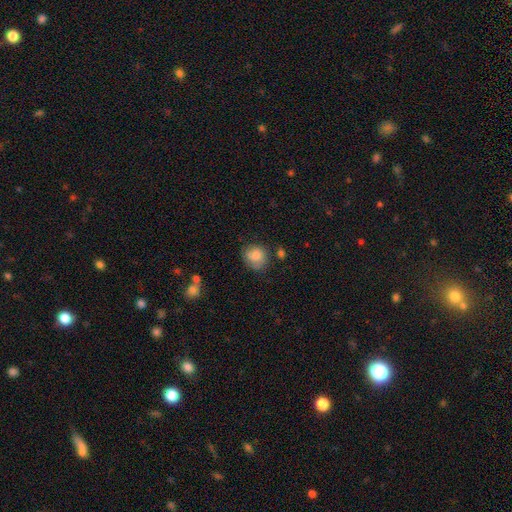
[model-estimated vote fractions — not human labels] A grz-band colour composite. It shows a smooth galaxy with no disk features (80%) that is round (73%). Merging: none (61%).